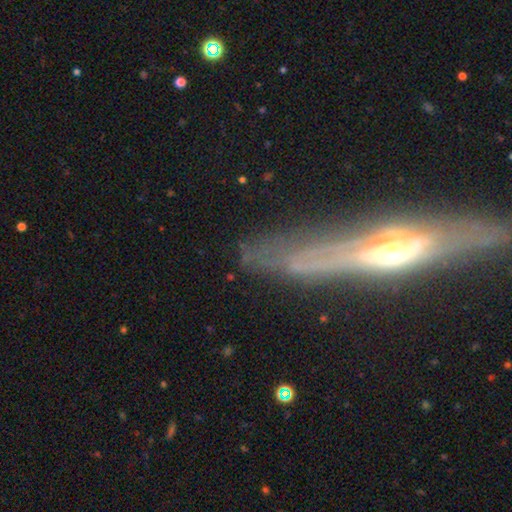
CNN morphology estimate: Smooth or featured: featured or disk — 40% (star or artifact — 33%)
Merging: none — 67% (minor disturbance — 17%)